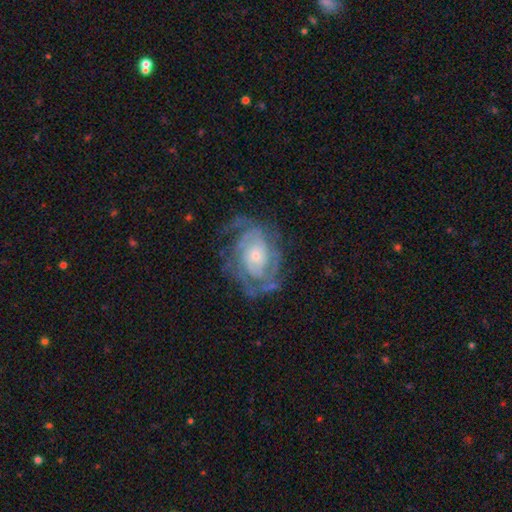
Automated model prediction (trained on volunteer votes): Morphology: type=featured or disk (84%); edge-on=no (97%); bar=no (73%); spiral arms=yes (89%); winding=tight (55%); arm count=can't tell (35%); bulge=small (58%); merging=none (63%).